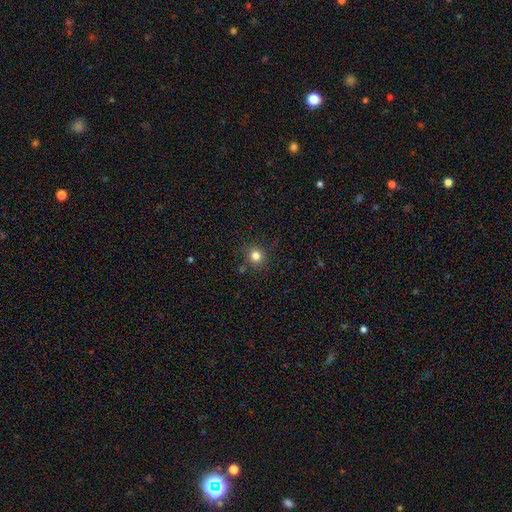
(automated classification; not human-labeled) This appears to be a smooth galaxy with no disk features (80%) that is round (89%). Merging: none (85%).